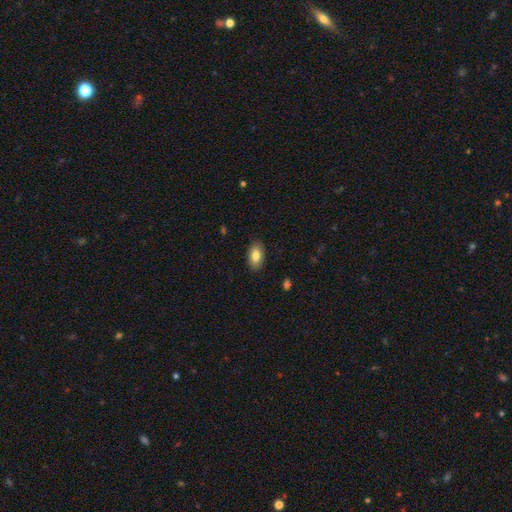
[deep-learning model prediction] Smooth or featured: smooth — 82% (featured or disk — 11%)
How rounded: in between — 93% (round — 5%)
Merging: none — 89% (minor disturbance — 8%)